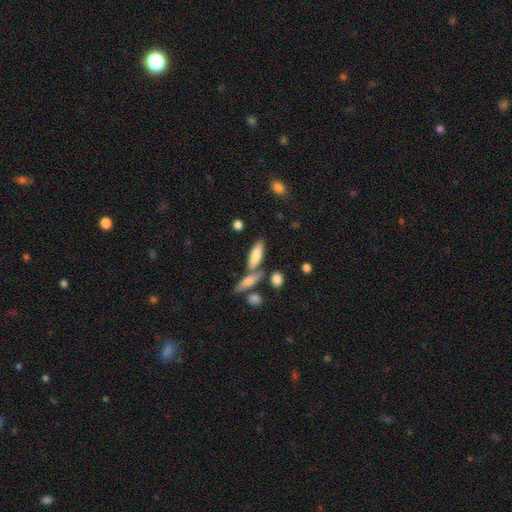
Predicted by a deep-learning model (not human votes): Overall: smooth (77%). How rounded: in between (56%; cigar-shaped 42%). Merging: none (56%; merger 26%).